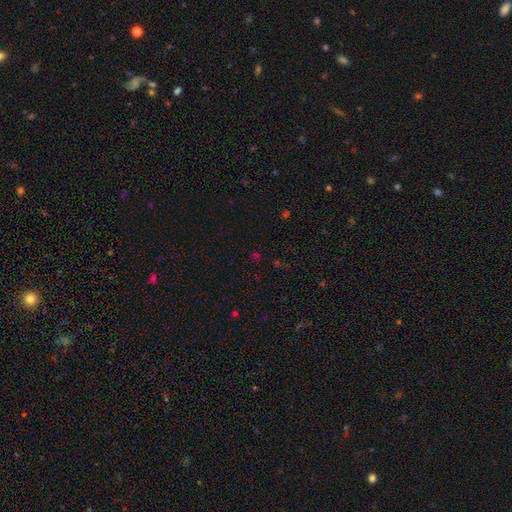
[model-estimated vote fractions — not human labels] Morphology: type=star or artifact (61%).